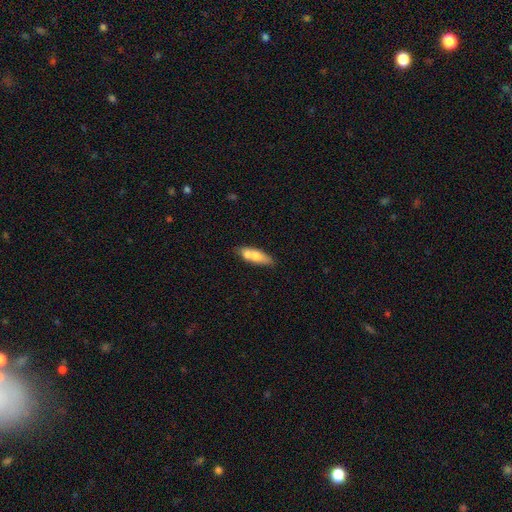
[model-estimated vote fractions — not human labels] This appears to be a smooth galaxy with no disk features (64%) that is in between round and cigar-shaped (54%). Merging: none (50%).